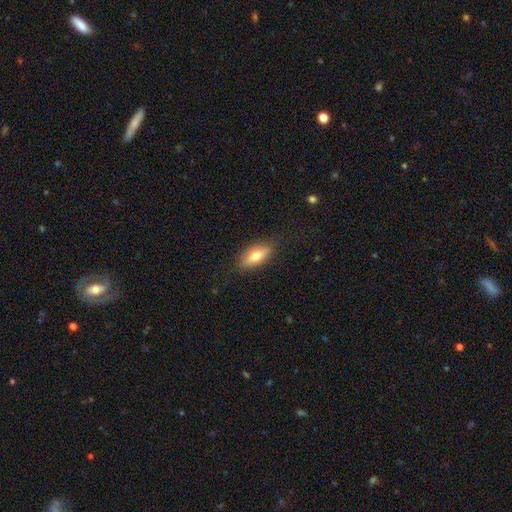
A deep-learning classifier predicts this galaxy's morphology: A smooth galaxy with no disk features (68%) that is in between round and cigar-shaped (76%).

Vote fractions:
- Smooth or featured? smooth: 68% / featured or disk: 25% / star or artifact: 7%
- How rounded? in between: 76% / cigar-shaped: 21% / round: 4%
- Merging? none: 83% / minor disturbance: 13% / major disturbance: 3% / merger: 1%